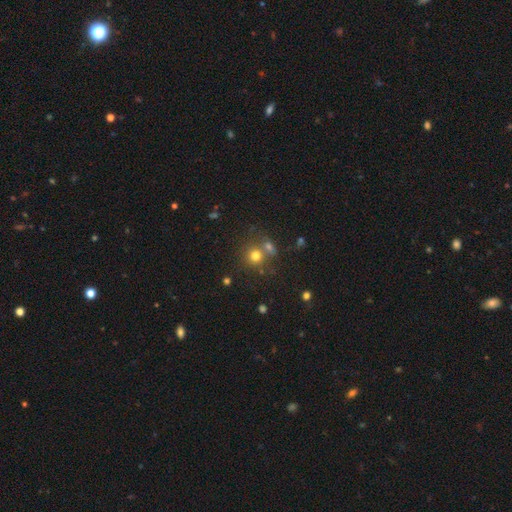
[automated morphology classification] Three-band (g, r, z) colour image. It shows a smooth galaxy with no disk features (73%) that is round (87%). Merging: none (57%).